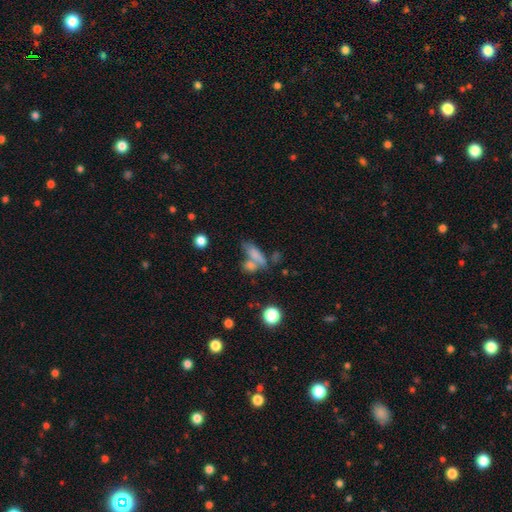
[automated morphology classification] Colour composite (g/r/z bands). It shows a smooth galaxy with no disk features (70%) that is in between round and cigar-shaped (58%). Merging: merger (47%).